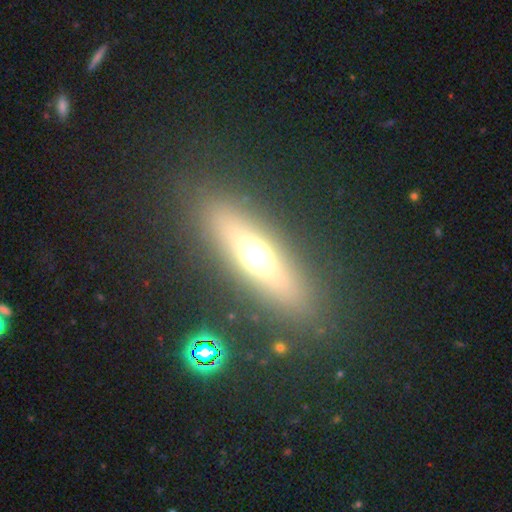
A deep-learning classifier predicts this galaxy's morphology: A smooth galaxy with no disk features (44%).

Vote fractions:
- Smooth or featured? smooth: 44% / featured or disk: 40% / star or artifact: 16%
- Merging? none: 85% / minor disturbance: 9% / major disturbance: 5% / merger: 2%